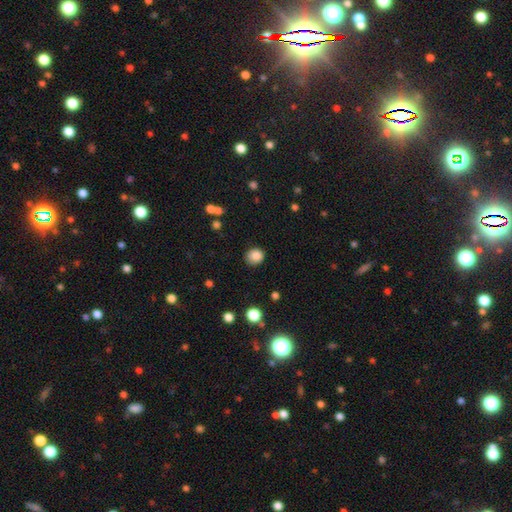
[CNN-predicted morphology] smooth 86%, star or artifact 10%, featured or disk 4%. Down the decision tree: how rounded — round (81%); merging — none (85%).